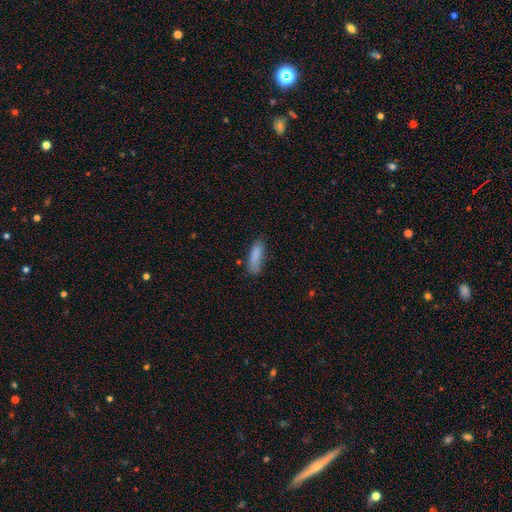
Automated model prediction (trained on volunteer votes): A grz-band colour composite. It shows a smooth galaxy with no disk features (86%) that is cigar-shaped (49%, tied with in between). Merging: none (69%).